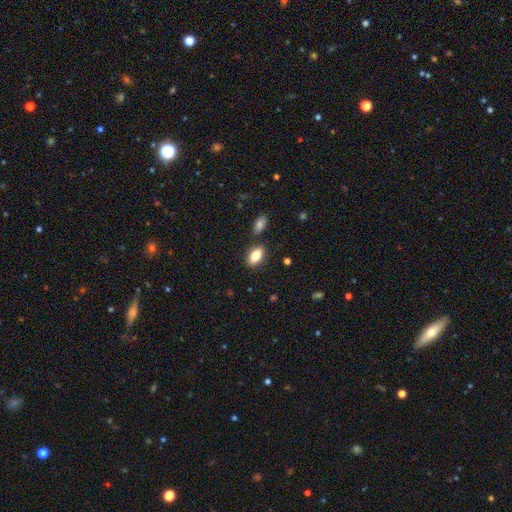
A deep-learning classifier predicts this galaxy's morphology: Smooth or featured?
  - smooth: 81% *
  - featured or disk: 12%
  - star or artifact: 7%
How rounded?
  - in between: 88% *
  - round: 7%
  - cigar-shaped: 5%
Merging?
  - none: 81% *
  - minor disturbance: 10%
  - merger: 6%
  - major disturbance: 2%